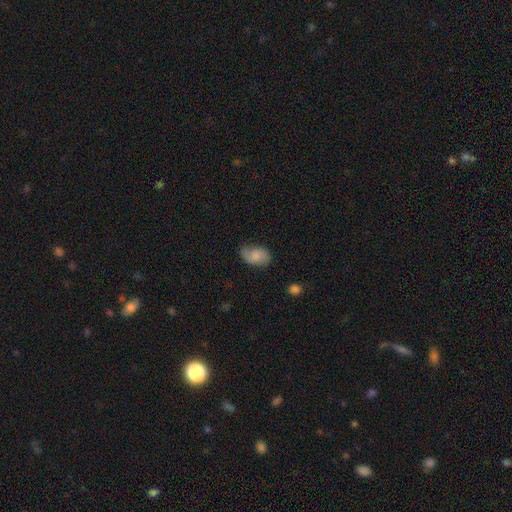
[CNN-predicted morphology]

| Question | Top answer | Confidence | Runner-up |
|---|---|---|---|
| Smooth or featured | smooth | 73% | featured or disk (20%) |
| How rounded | in between | 91% | round (7%) |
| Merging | none | 68% | minor disturbance (25%) |